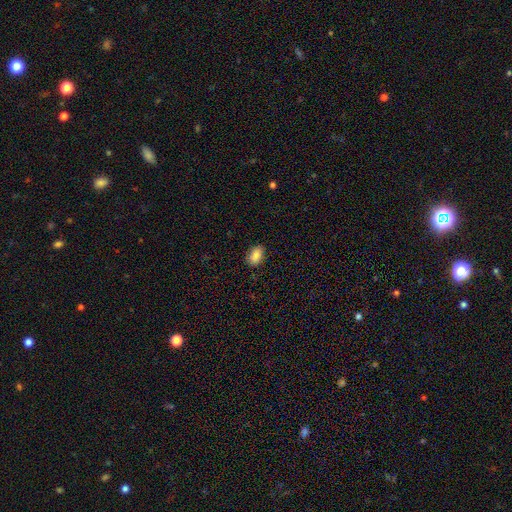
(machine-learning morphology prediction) smooth_or_featured: smooth (p=0.85) [alt: star or artifact p=0.08]
how_rounded: in between (p=0.85) [alt: round p=0.14]
merging: none (p=0.86) [alt: minor disturbance p=0.11]